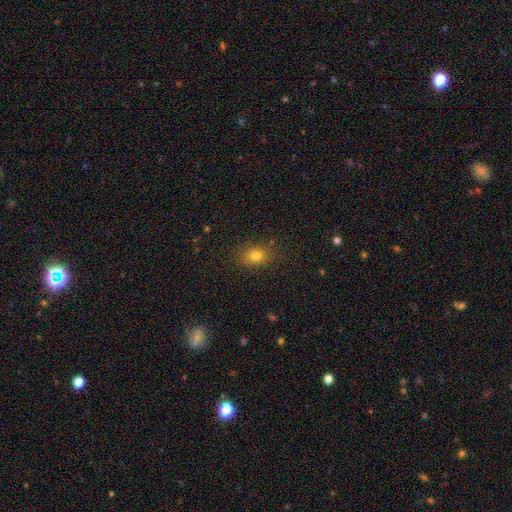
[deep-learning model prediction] This appears to be a smooth galaxy with no disk features (77%) that is in between round and cigar-shaped (62%). Merging: none (84%).